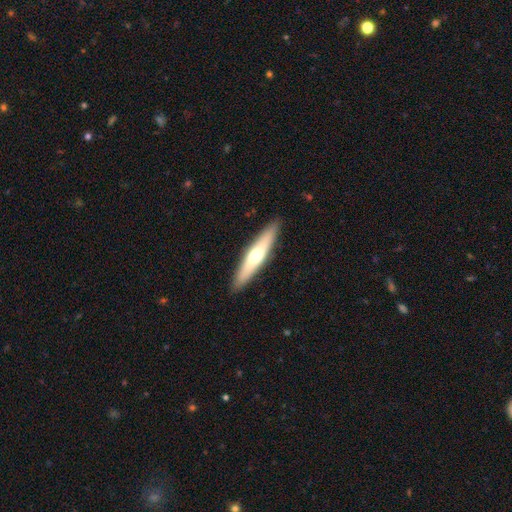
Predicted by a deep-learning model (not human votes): Smooth or featured: smooth — 49% (featured or disk — 46%)
Merging: none — 90% (minor disturbance — 7%)